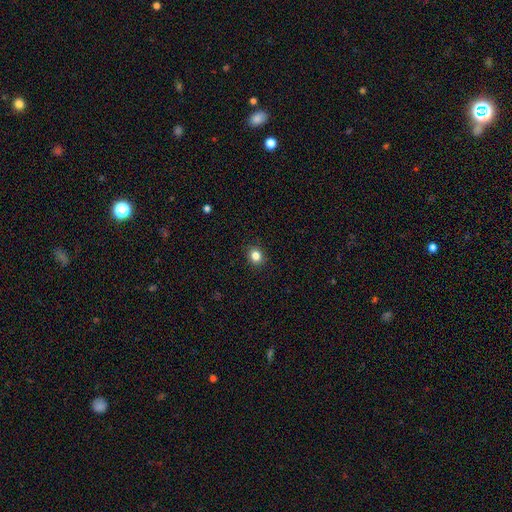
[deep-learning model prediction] This appears to be a smooth galaxy with no disk features (83%) that is round (80%). Merging: none (90%).